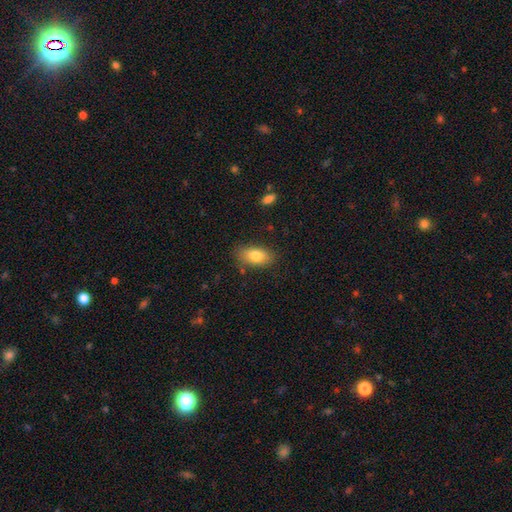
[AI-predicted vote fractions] Smooth or featured? Predicted: smooth (p=0.80). How rounded? Predicted: in between (p=0.90). Merging? Predicted: none (p=0.81).